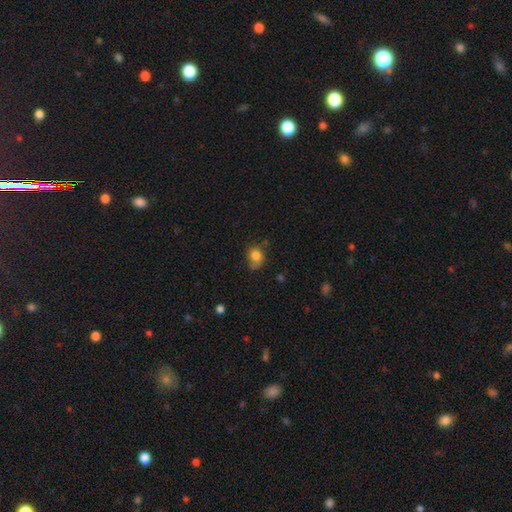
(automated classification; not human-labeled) smooth 79%, featured or disk 11%, star or artifact 10%. Down the decision tree: how rounded — round (64%); merging — none (48%).